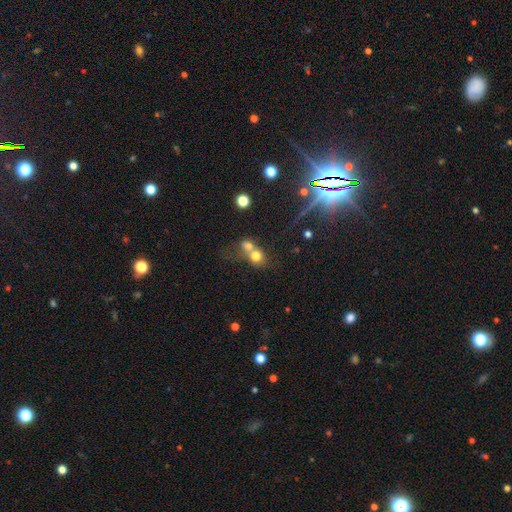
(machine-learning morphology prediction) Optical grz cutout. It shows a smooth galaxy with no disk features (70%) that is round (73%). Merging: merger (63%).